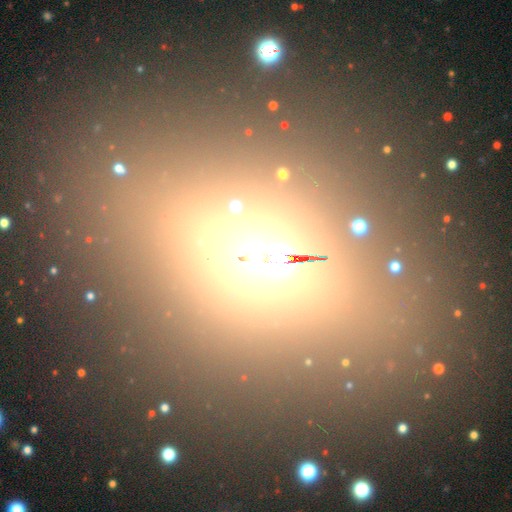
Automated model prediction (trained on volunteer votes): smooth 45%, star or artifact 28%, featured or disk 26%. Down the decision tree: merging — none (81%).